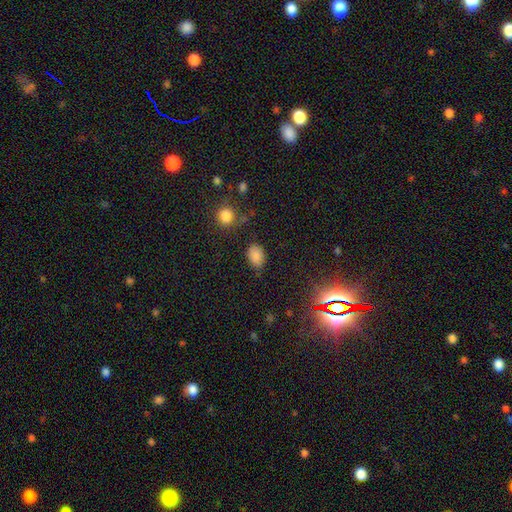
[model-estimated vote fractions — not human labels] Smooth or featured? smooth (82%)
How rounded? in between (82%)
Merging? none (74%)